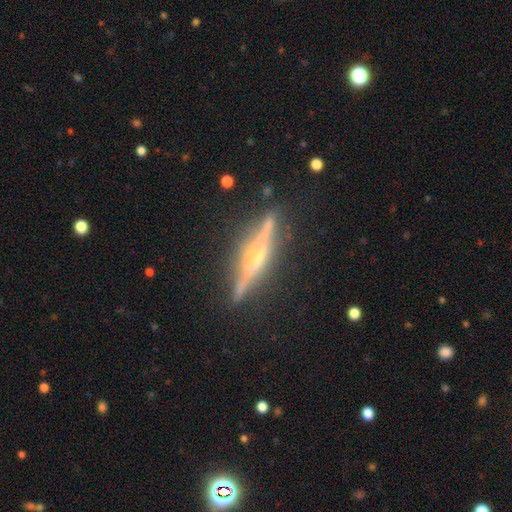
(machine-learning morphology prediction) A featured or disk galaxy (84%) viewed edge-on (97%) with a rounded central bulge (83%).

Vote fractions:
- Smooth or featured? featured or disk: 84% / smooth: 10% / star or artifact: 6%
- Edge-on disk? yes: 97% / no: 3%
- Edge-on bulge? rounded: 83% / boxy: 9% / none: 9%
- Merging? none: 87% / minor disturbance: 9% / major disturbance: 2% / merger: 2%